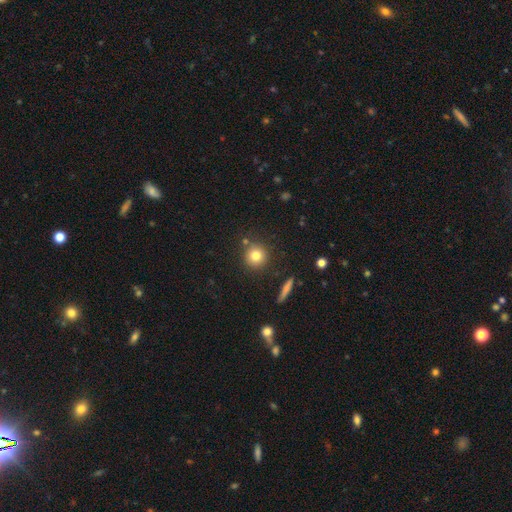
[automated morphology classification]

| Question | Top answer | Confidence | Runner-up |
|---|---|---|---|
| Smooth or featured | smooth | 79% | star or artifact (11%) |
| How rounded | round | 92% | in between (6%) |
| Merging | none | 83% | minor disturbance (8%) |